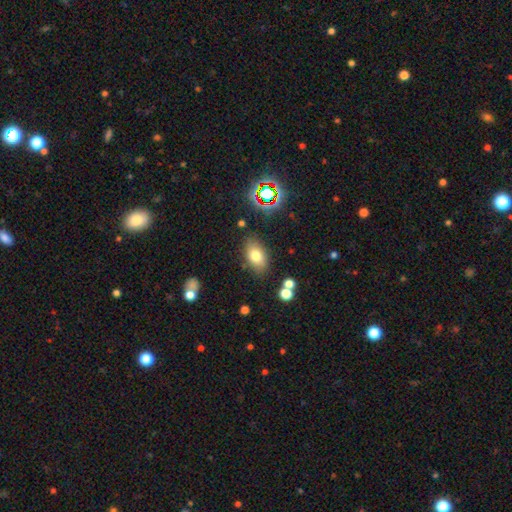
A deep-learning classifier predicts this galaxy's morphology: smooth_or_featured: smooth (p=0.73) [alt: featured or disk p=0.14]
how_rounded: in between (p=0.86) [alt: round p=0.11]
merging: none (p=0.79) [alt: minor disturbance p=0.13]